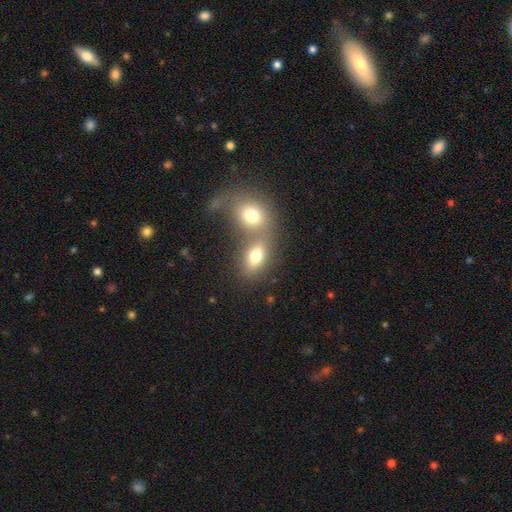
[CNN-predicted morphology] Smooth or featured? Predicted: smooth (p=0.74). How rounded? Predicted: in between (p=0.71). Merging? Predicted: merger (p=0.55).